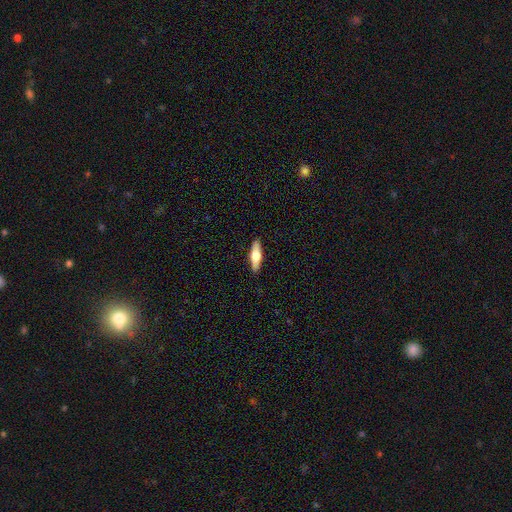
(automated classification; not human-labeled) Smooth or featured: smooth — 51% (featured or disk — 43%)
How rounded: cigar-shaped — 49% (in between — 48%)
Merging: none — 89% (minor disturbance — 8%)